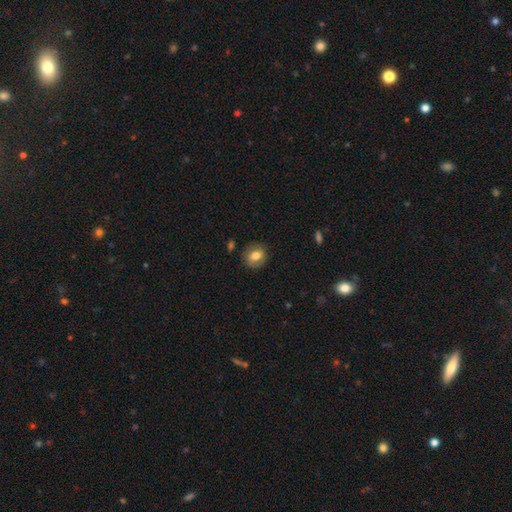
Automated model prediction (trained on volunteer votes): Smooth or featured? smooth (73%)
How rounded? round (73%)
Merging? none (85%)